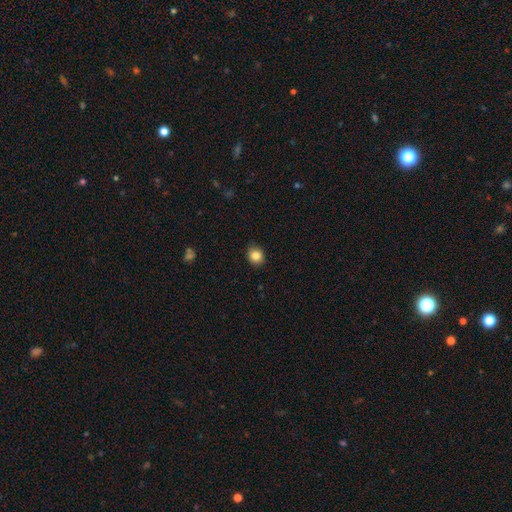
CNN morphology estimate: The model was most divided on "how rounded": round: 72%, in between: 27%, cigar-shaped: 1%. More confident: merging — none (87%); smooth or featured — smooth (84%).